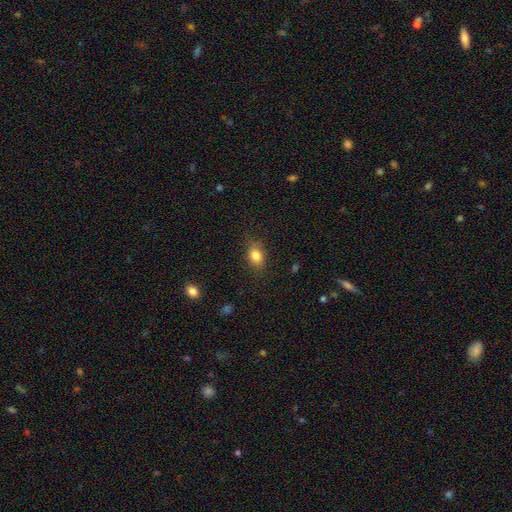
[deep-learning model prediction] smooth_or_featured: smooth (p=0.83) [alt: star or artifact p=0.09]
how_rounded: in between (p=0.74) [alt: round p=0.24]
merging: none (p=0.82) [alt: minor disturbance p=0.13]